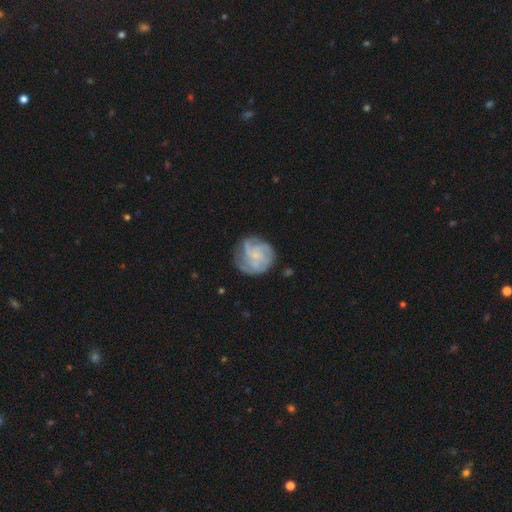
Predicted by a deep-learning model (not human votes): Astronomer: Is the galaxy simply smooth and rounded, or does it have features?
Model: featured or disk — 73%.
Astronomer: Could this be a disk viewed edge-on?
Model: no — 98%.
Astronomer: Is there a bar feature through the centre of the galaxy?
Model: no — 75%.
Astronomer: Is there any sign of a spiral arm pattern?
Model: yes — 91%.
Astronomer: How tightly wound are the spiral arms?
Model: tight — 50% (runner-up: medium, 37%).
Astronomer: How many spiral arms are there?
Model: can't tell — 28% (runner-up: 4, 26%).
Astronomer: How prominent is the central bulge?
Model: small — 62%.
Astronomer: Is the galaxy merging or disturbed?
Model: none — 67%.